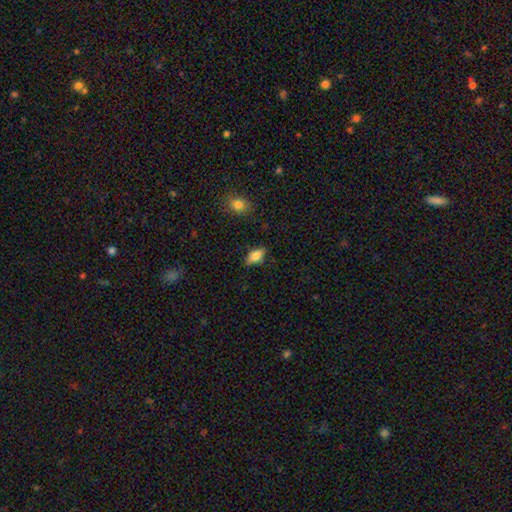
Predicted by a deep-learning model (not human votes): Q: Smooth or featured?
A: smooth (80%); runner-up: featured or disk (12%)
Q: How rounded?
A: in between (87%); runner-up: cigar-shaped (8%)
Q: Merging?
A: none (80%); runner-up: minor disturbance (15%)